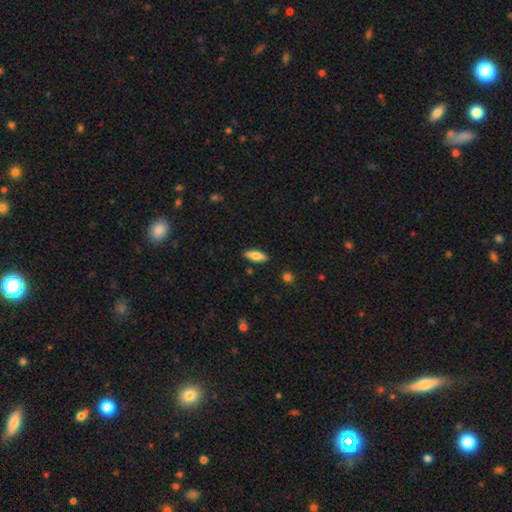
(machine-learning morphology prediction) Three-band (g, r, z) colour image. It shows a smooth galaxy with no disk features (74%) that is in between round and cigar-shaped (64%). Merging: none (88%).